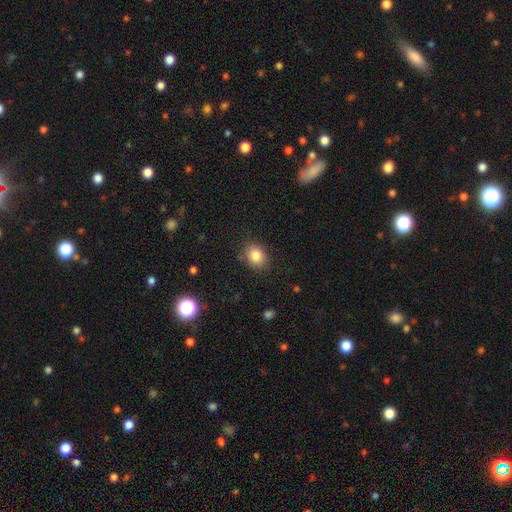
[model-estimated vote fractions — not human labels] A smooth galaxy with no disk features (83%) that is round (51%).

Vote fractions:
- Smooth or featured? smooth: 83% / star or artifact: 10% / featured or disk: 7%
- How rounded? round: 51% / in between: 48% / cigar-shaped: 1%
- Merging? none: 84% / minor disturbance: 12% / major disturbance: 3% / merger: 1%